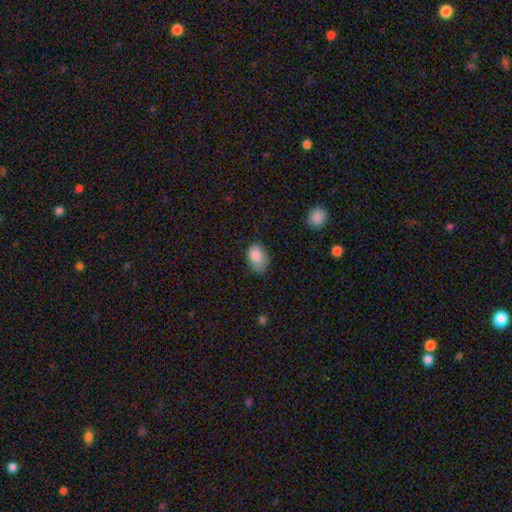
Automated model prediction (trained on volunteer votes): Smooth or featured?
  - smooth: 85% *
  - star or artifact: 8%
  - featured or disk: 7%
How rounded?
  - in between: 85% *
  - round: 13%
  - cigar-shaped: 1%
Merging?
  - none: 63% *
  - minor disturbance: 29%
  - major disturbance: 6%
  - merger: 2%